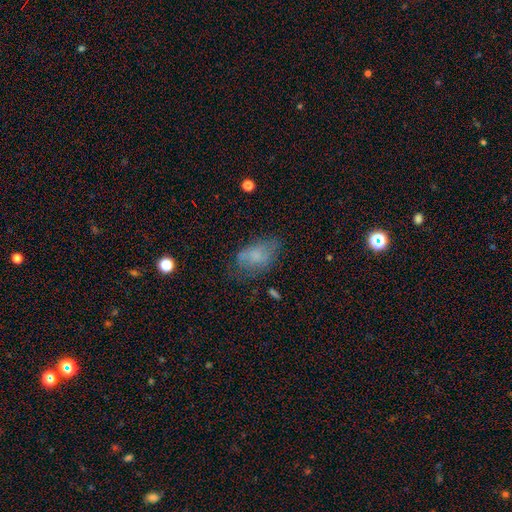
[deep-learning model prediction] Smooth or featured: smooth — 61% (featured or disk — 27%)
How rounded: in between — 88% (round — 9%)
Merging: none — 50% (minor disturbance — 30%)